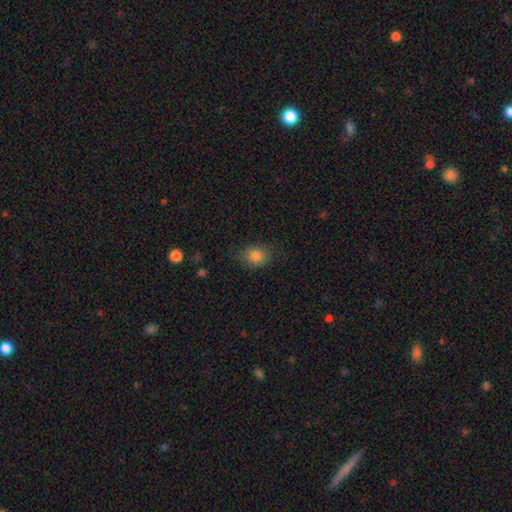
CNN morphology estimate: A smooth galaxy with no disk features (83%) that is in between round and cigar-shaped (51%).

Vote fractions:
- Smooth or featured? smooth: 83% / star or artifact: 10% / featured or disk: 7%
- How rounded? in between: 51% / round: 48% / cigar-shaped: 1%
- Merging? none: 74% / minor disturbance: 19% / major disturbance: 6% / merger: 1%